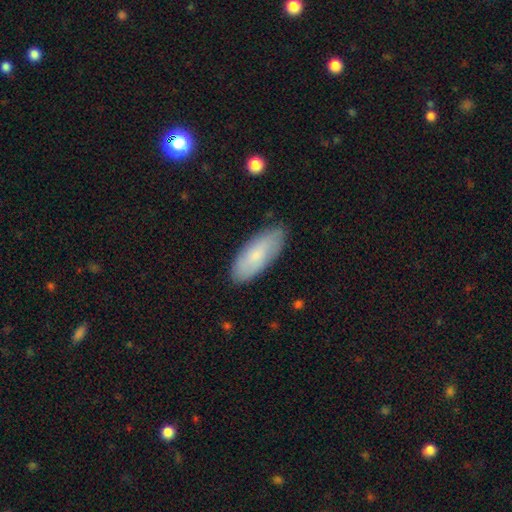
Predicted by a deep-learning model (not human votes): Smooth or featured? smooth (70%)
How rounded? in between (78%)
Merging? none (83%)